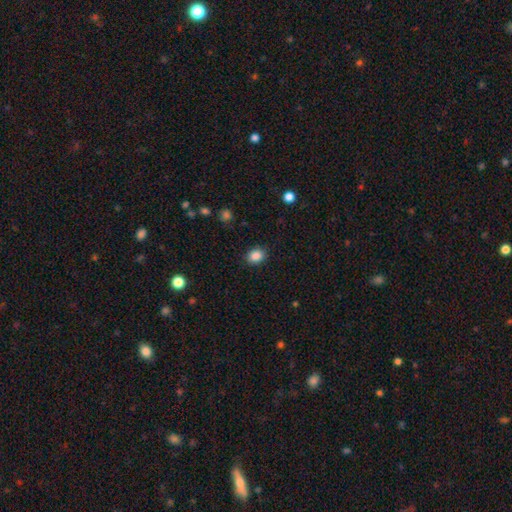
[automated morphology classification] smooth_or_featured: smooth (p=0.87) [alt: star or artifact p=0.10]
how_rounded: in between (p=0.54) [alt: round p=0.45]
merging: none (p=0.88) [alt: minor disturbance p=0.09]